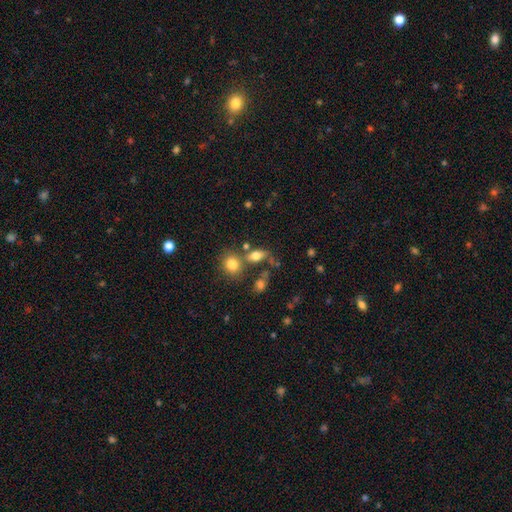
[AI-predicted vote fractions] Smooth or featured? smooth (74%)
How rounded? in between (75%)
Merging? none (53%)